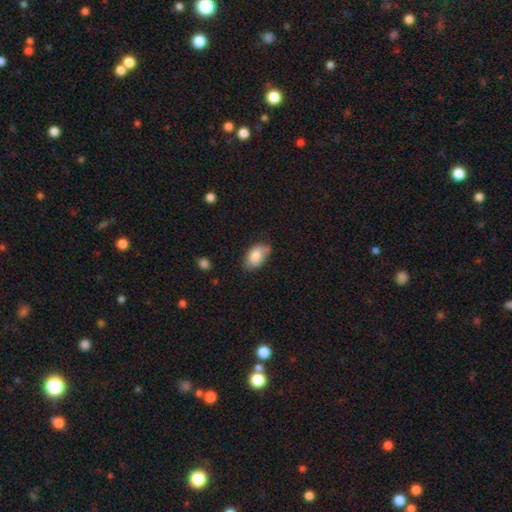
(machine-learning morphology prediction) Smooth or featured? Predicted: smooth (p=0.83). How rounded? Predicted: in between (p=0.92). Merging? Predicted: none (p=0.68).